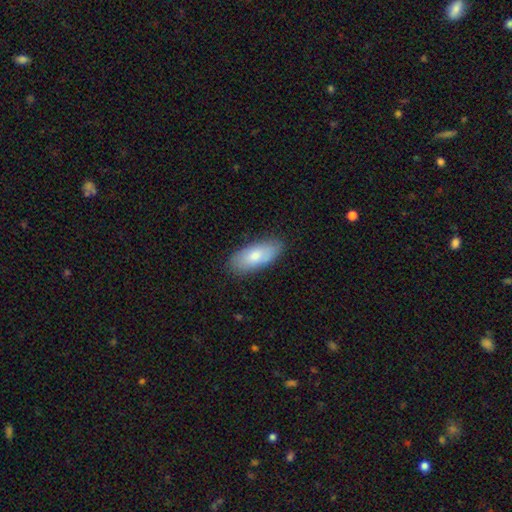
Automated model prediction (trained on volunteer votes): smooth_or_featured: smooth (p=0.77) [alt: featured or disk p=0.18]
how_rounded: in between (p=0.87) [alt: cigar-shaped p=0.11]
merging: none (p=0.83) [alt: minor disturbance p=0.13]